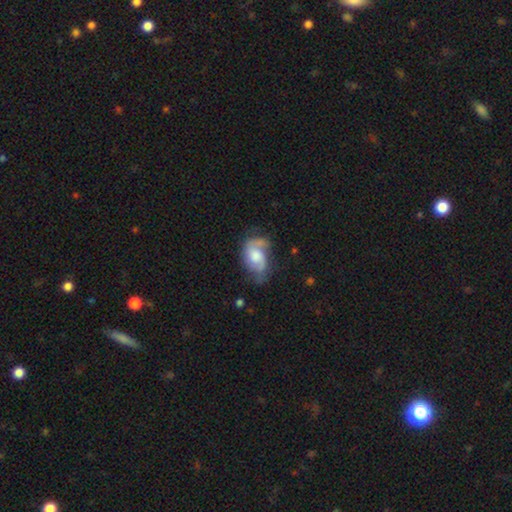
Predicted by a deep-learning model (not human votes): Q: Smooth or featured?
A: featured or disk (67%); runner-up: smooth (26%)
Q: Edge-on disk?
A: no (97%); runner-up: yes (3%)
Q: Bar?
A: no (63%); runner-up: weak (31%)
Q: Spiral arms?
A: yes (88%); runner-up: no (12%)
Q: Spiral winding?
A: medium (45%); runner-up: loose (31%)
Q: Spiral arm count?
A: 2 (72%); runner-up: 1 (12%)
Q: Bulge size?
A: moderate (42%); runner-up: large (31%)
Q: Merging?
A: none (49%); runner-up: minor disturbance (29%)